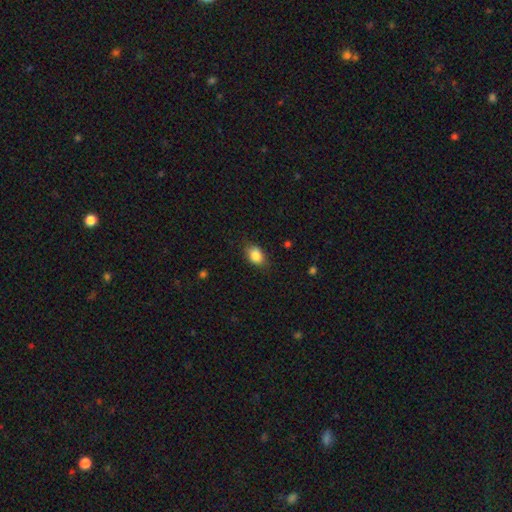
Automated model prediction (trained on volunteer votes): This is clearly a smooth galaxy (85%). How rounded: likely in between (74%). Merging: likely none (73%).